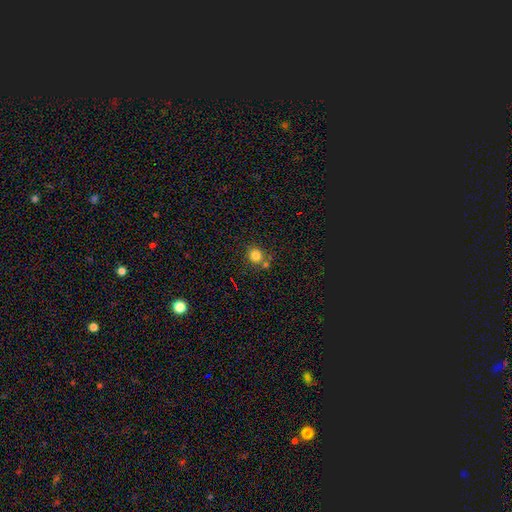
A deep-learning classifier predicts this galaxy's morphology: Smooth or featured? smooth (81%)
How rounded? round (86%)
Merging? none (69%)